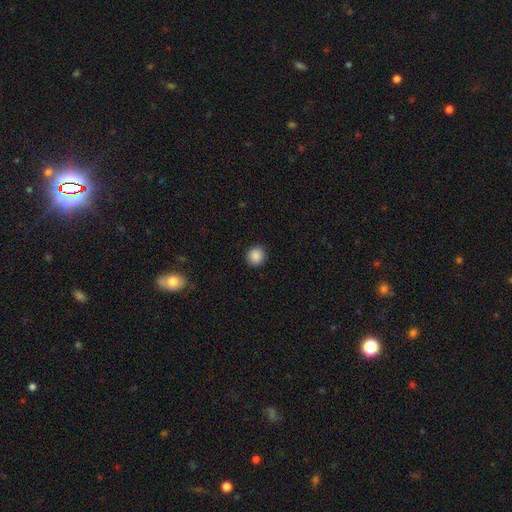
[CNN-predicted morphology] Q: Smooth or featured?
A: smooth (88%); runner-up: star or artifact (9%)
Q: How rounded?
A: round (92%); runner-up: in between (7%)
Q: Merging?
A: none (92%); runner-up: minor disturbance (5%)